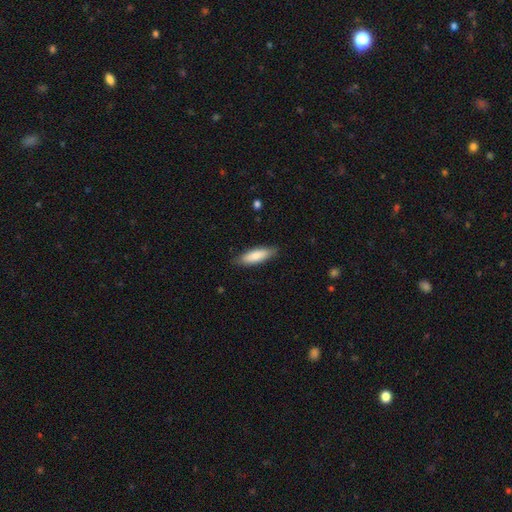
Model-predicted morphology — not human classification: type=smooth (80%); roundness=cigar-shaped (50%); merging=none (85%).